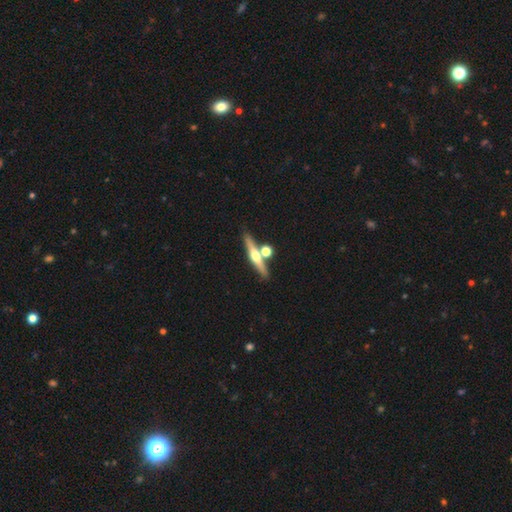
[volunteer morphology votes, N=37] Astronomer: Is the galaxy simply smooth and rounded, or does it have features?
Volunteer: featured or disk — 62%.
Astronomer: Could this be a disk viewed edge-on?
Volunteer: yes — 96%.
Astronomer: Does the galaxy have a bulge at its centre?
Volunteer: rounded — 68%.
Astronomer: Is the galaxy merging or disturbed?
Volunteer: none — 56%.